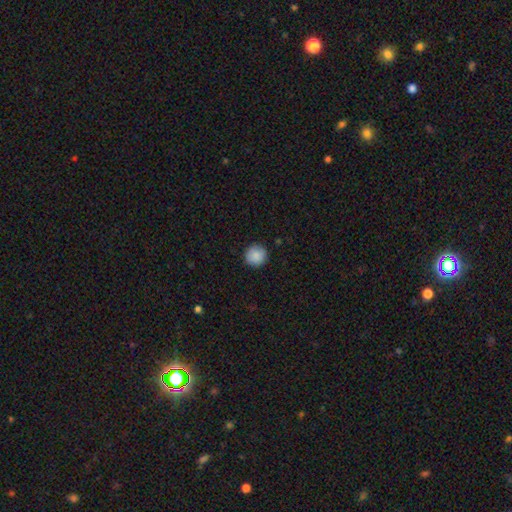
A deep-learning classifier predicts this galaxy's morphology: Smooth or featured? smooth (89%)
How rounded? round (94%)
Merging? none (91%)